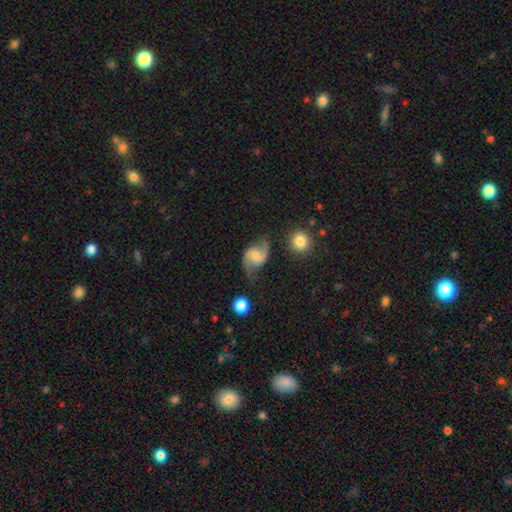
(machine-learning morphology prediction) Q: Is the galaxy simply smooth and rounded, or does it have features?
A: featured or disk — 84%.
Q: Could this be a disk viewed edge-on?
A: no — 98%.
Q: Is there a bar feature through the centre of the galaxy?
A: no — 53%.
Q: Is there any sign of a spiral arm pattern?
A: yes — 96%.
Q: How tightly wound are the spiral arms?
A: loose — 63%.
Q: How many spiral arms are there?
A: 2 — 93%.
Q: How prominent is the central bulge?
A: moderate — 54%.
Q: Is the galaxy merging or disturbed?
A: none — 68%.